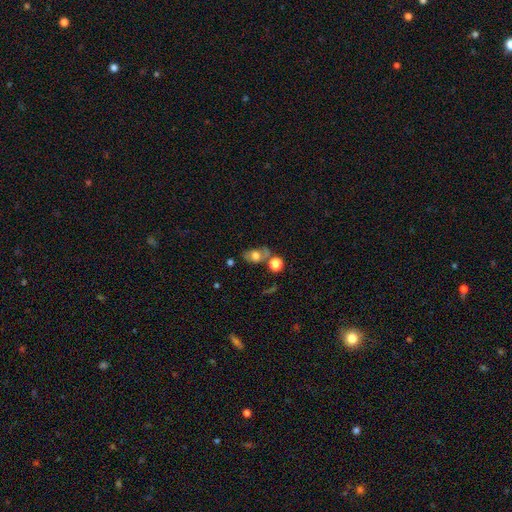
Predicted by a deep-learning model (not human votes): Q: Smooth or featured?
A: smooth (58%); runner-up: featured or disk (31%)
Q: How rounded?
A: in between (74%); runner-up: round (24%)
Q: Merging?
A: none (48%); runner-up: merger (21%)